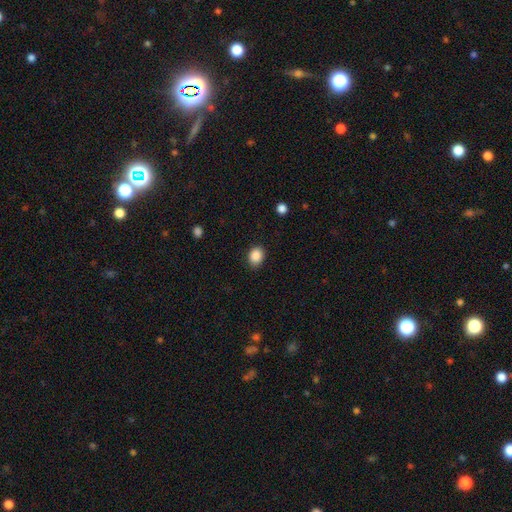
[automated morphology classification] smooth-or-featured: smooth: 89% | star or artifact: 9% | featured or disk: 3%
  how-rounded: in between: 52% | round: 47% | cigar-shaped: 1%
  merging: none: 86% | minor disturbance: 10% | major disturbance: 3% | merger: 1%